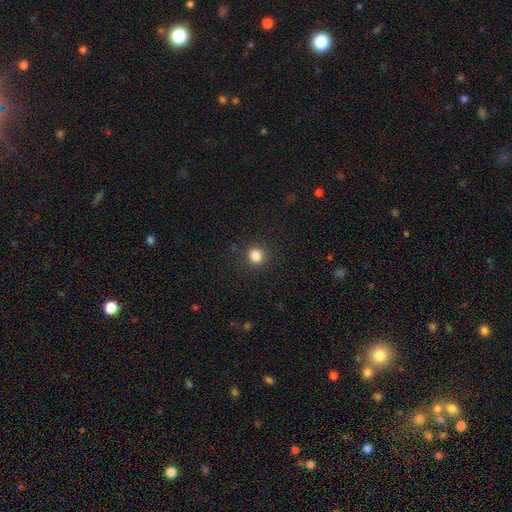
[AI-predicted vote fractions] smooth-or-featured: smooth: 84% | star or artifact: 12% | featured or disk: 4%
  how-rounded: round: 88% | in between: 11% | cigar-shaped: 1%
  merging: none: 91% | minor disturbance: 6% | major disturbance: 2% | merger: 1%